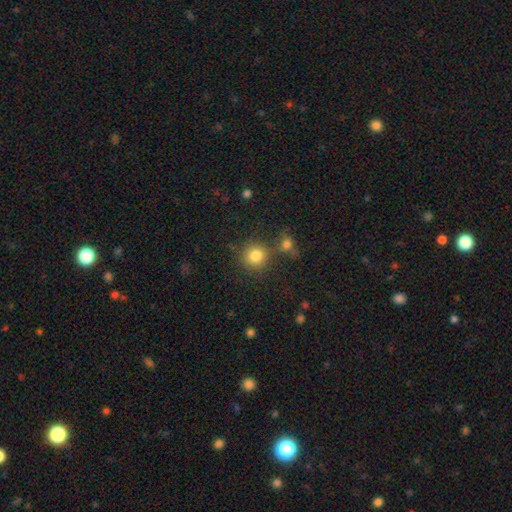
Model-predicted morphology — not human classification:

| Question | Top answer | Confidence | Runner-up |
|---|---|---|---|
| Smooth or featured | smooth | 81% | star or artifact (12%) |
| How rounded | round | 91% | in between (8%) |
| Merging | none | 67% | merger (19%) |